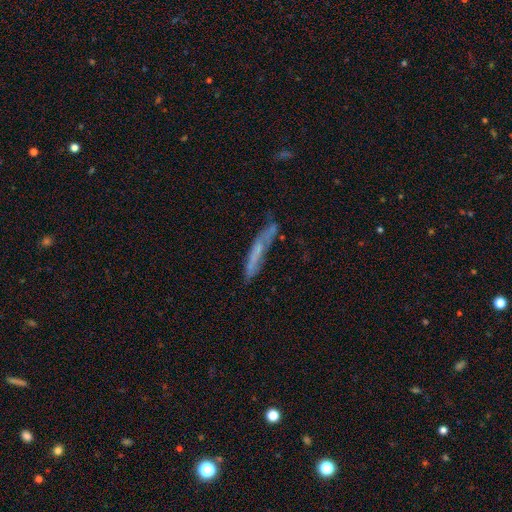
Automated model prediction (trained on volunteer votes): Q: Smooth or featured?
A: smooth (49%); runner-up: featured or disk (40%)
Q: Merging?
A: none (63%); runner-up: minor disturbance (23%)